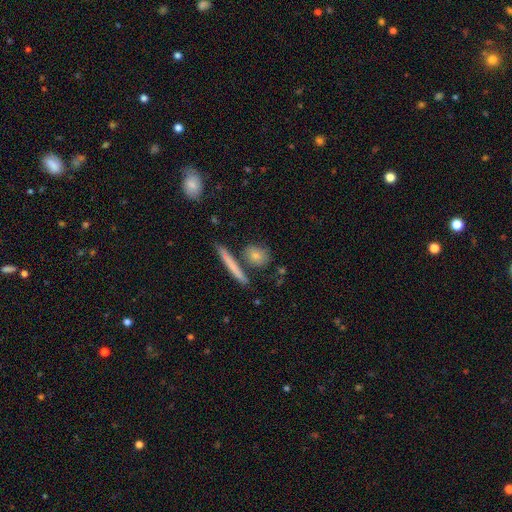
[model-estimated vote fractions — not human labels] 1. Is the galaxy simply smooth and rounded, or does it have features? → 75% smooth, 17% featured or disk, 7% star or artifact.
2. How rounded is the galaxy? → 44% round, 31% in between, 25% cigar-shaped.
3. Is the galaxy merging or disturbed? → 72% none, 13% merger, 12% minor disturbance, 4% major disturbance.